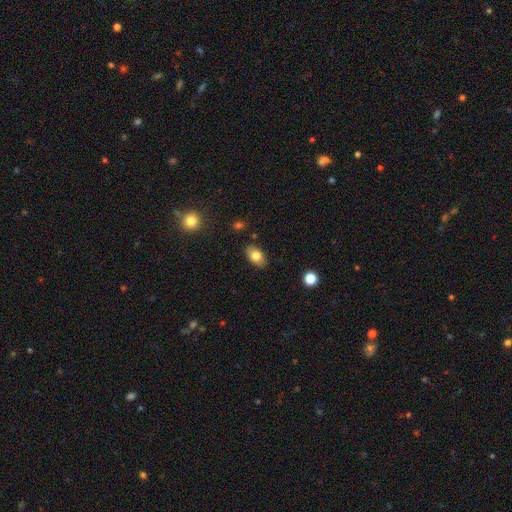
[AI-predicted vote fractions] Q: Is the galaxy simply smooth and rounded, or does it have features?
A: smooth — 80%.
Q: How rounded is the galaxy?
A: in between — 88%.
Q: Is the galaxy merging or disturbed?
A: none — 85%.